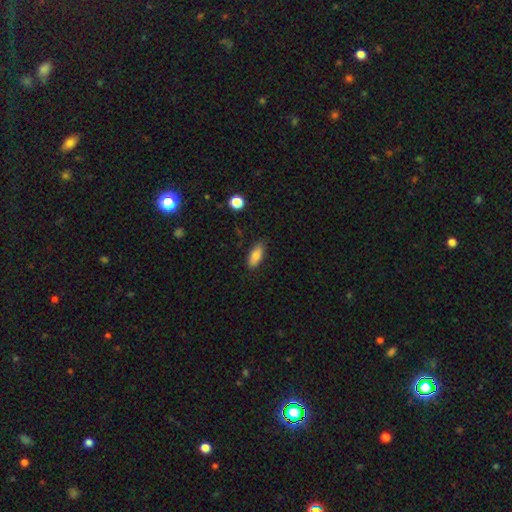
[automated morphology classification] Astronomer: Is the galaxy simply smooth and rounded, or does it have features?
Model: smooth — 84%.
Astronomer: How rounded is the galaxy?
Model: in between — 80%.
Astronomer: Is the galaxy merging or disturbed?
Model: none — 80%.